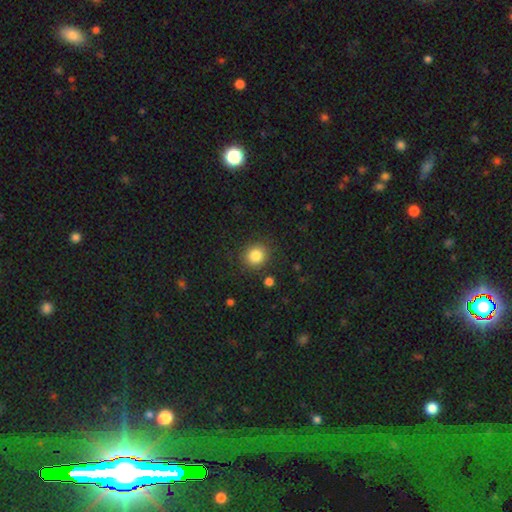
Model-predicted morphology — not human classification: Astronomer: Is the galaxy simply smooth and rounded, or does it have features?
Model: smooth — 84%.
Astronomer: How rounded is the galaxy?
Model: round — 86%.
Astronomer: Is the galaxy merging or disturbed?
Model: none — 87%.